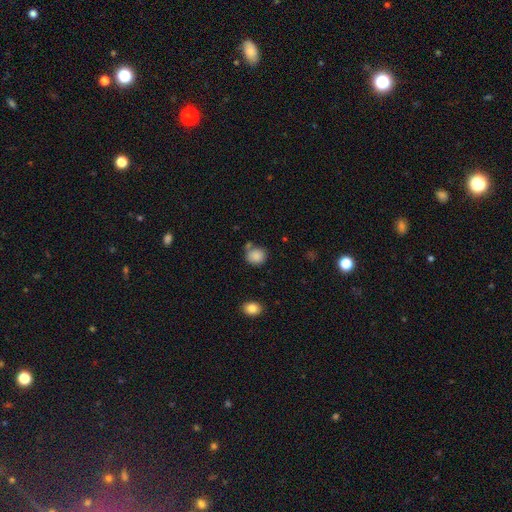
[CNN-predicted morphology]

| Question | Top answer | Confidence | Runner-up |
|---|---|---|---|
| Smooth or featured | smooth | 86% | star or artifact (9%) |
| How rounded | round | 78% | in between (21%) |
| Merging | none | 66% | minor disturbance (16%) |